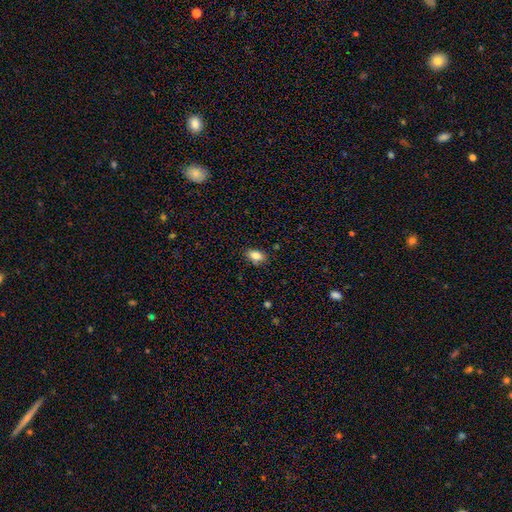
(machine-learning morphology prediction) This appears to be a smooth galaxy with no disk features (84%) that is in between round and cigar-shaped (88%). Merging: none (81%).